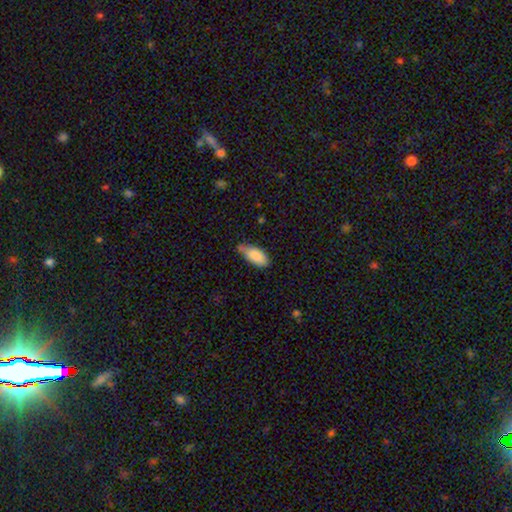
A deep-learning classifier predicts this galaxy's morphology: Smooth or featured? Predicted: smooth (p=0.86). How rounded? Predicted: in between (p=0.90). Merging? Predicted: none (p=0.51).